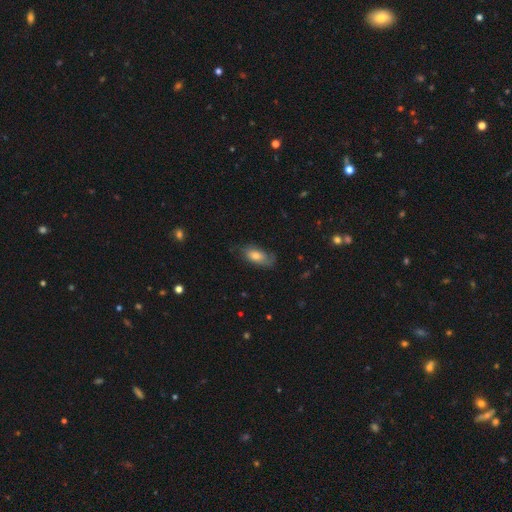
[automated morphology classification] Smooth or featured: smooth — 63% (featured or disk — 29%)
How rounded: in between — 86% (cigar-shaped — 10%)
Merging: none — 64% (minor disturbance — 25%)